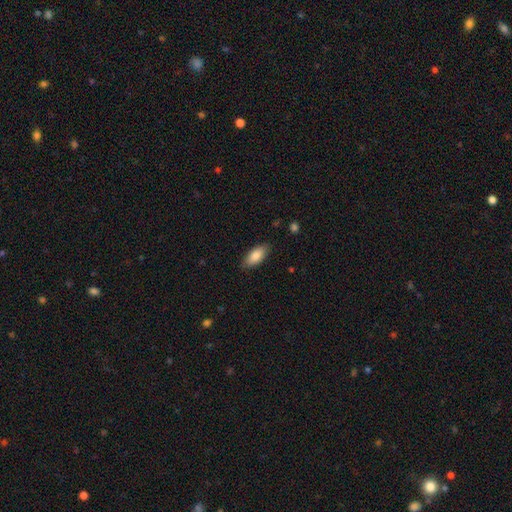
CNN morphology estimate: smooth 85%, featured or disk 9%, star or artifact 6%. Down the decision tree: how rounded — in between (88%); merging — none (85%).